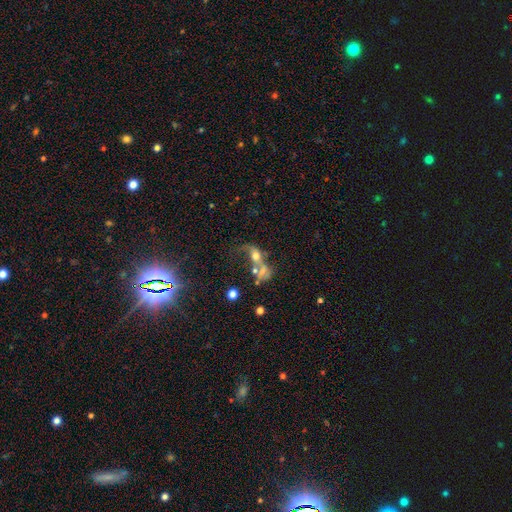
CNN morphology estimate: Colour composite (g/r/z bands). It shows a featured or disk galaxy (44%). Merging: merger (57%).